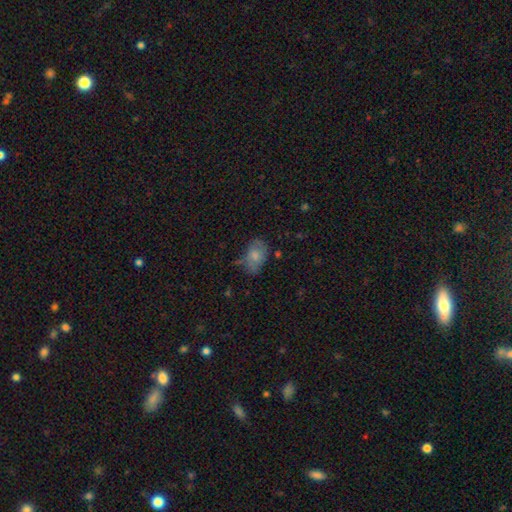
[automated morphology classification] Smooth or featured?
  - smooth: 72% *
  - featured or disk: 19%
  - star or artifact: 8%
How rounded?
  - in between: 84% *
  - round: 15%
  - cigar-shaped: 1%
Merging?
  - none: 57% *
  - minor disturbance: 29%
  - major disturbance: 9%
  - merger: 5%